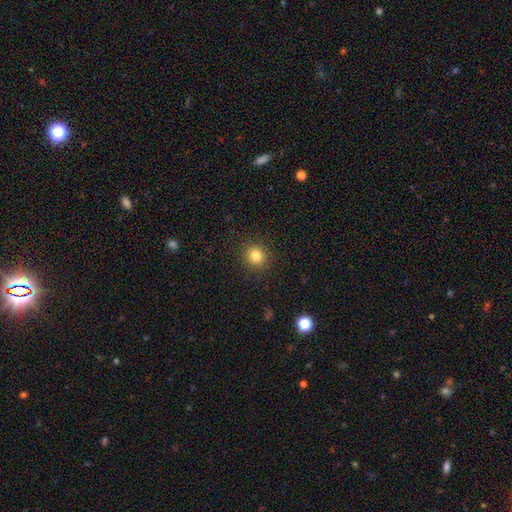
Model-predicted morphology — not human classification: type=smooth (82%); roundness=round (91%); merging=none (91%).